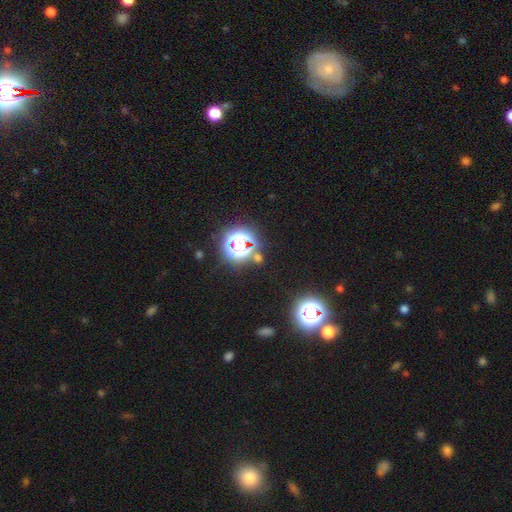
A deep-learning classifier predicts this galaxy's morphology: Q: Smooth or featured?
A: star or artifact (72%); runner-up: smooth (20%)